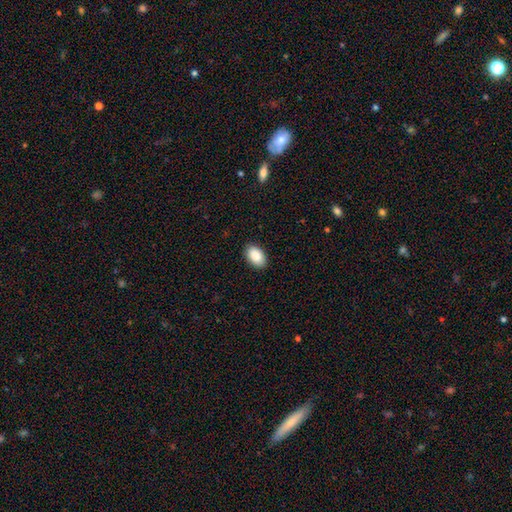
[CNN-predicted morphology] The model was most divided on "merging": none: 89%, minor disturbance: 8%, major disturbance: 2%, merger: 1%. More confident: how rounded — in between (93%); smooth or featured — smooth (90%).